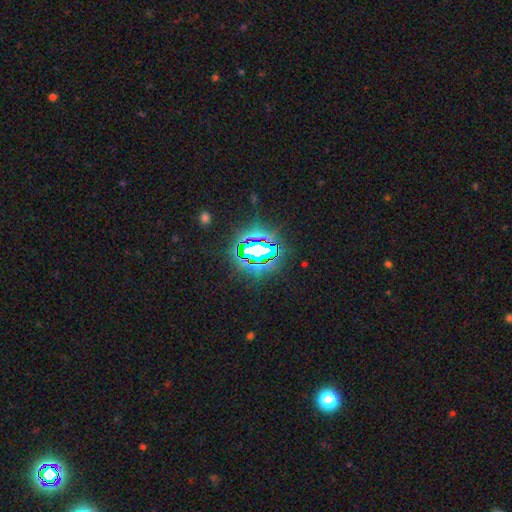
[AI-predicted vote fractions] Q: Smooth or featured?
A: star or artifact (76%); runner-up: smooth (13%)